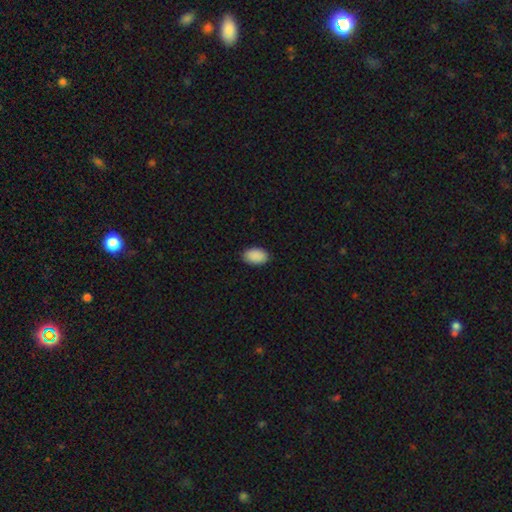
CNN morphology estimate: smooth-or-featured: smooth: 91% | star or artifact: 7% | featured or disk: 2%
  how-rounded: in between: 92% | round: 7% | cigar-shaped: 1%
  merging: none: 89% | minor disturbance: 8% | major disturbance: 2% | merger: 1%